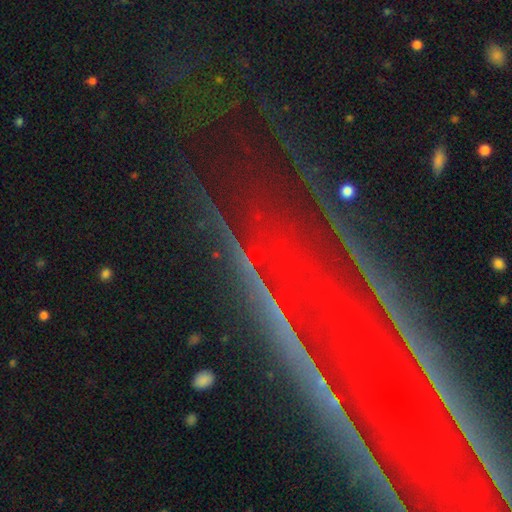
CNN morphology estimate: smooth-or-featured: star or artifact: 82% | featured or disk: 9% | smooth: 9%